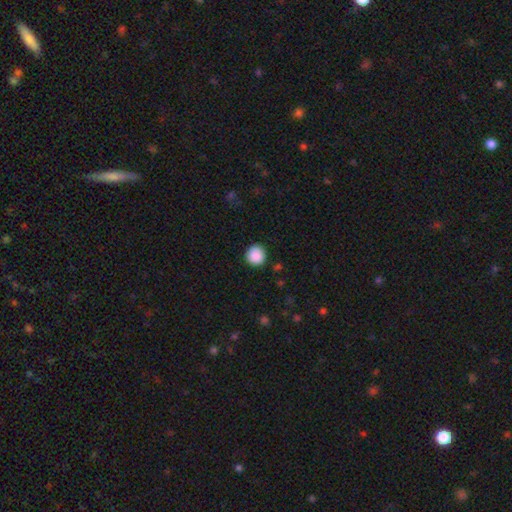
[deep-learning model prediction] Smooth or featured? Predicted: smooth (p=0.89). How rounded? Predicted: round (p=0.92). Merging? Predicted: none (p=0.90).